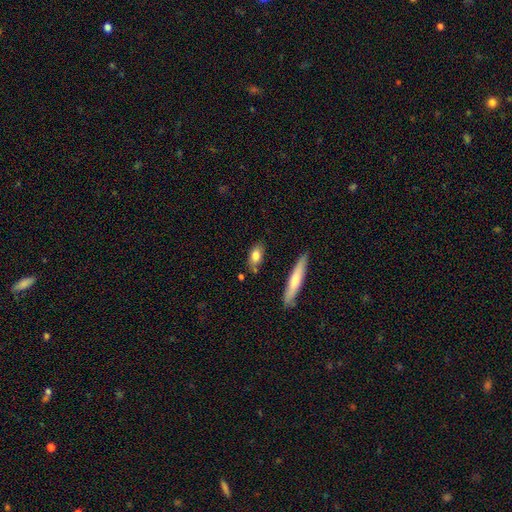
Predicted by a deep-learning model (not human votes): This appears to be a smooth galaxy with no disk features (77%) that is in between round and cigar-shaped (72%). Merging: none (72%).